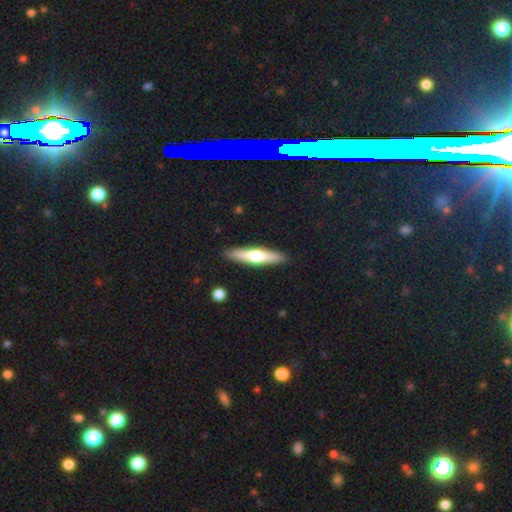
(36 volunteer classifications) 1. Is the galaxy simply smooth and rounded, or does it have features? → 50% smooth (tied), 50% featured or disk (tied), 0% star or artifact.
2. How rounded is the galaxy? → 78% cigar-shaped, 22% in between, 0% round.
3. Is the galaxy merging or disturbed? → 86% none, 8% major disturbance, 6% minor disturbance, 0% merger.